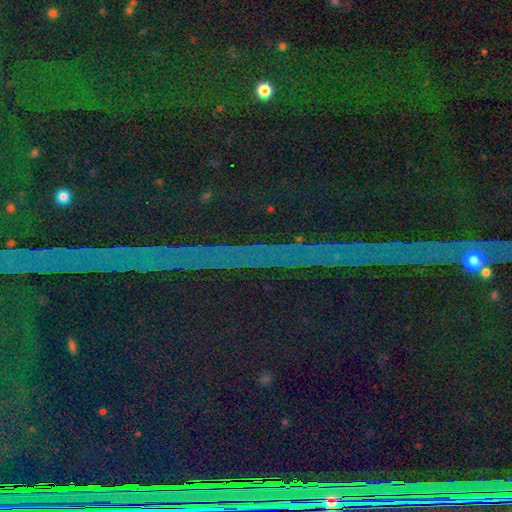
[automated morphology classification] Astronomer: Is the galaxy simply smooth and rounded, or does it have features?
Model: star or artifact — 86%.